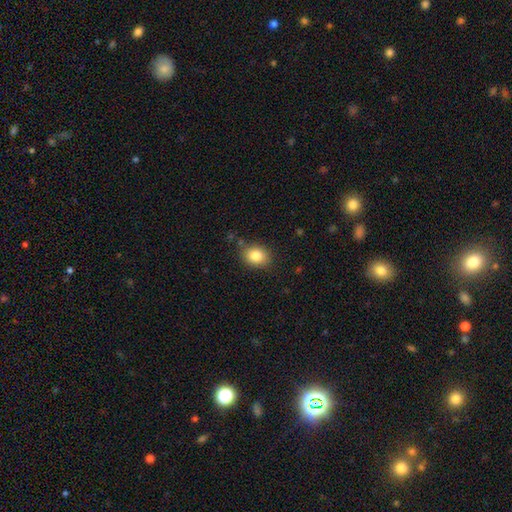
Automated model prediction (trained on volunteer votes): Q: Smooth or featured?
A: smooth (84%); runner-up: star or artifact (9%)
Q: How rounded?
A: in between (52%); runner-up: round (47%)
Q: Merging?
A: none (84%); runner-up: minor disturbance (11%)